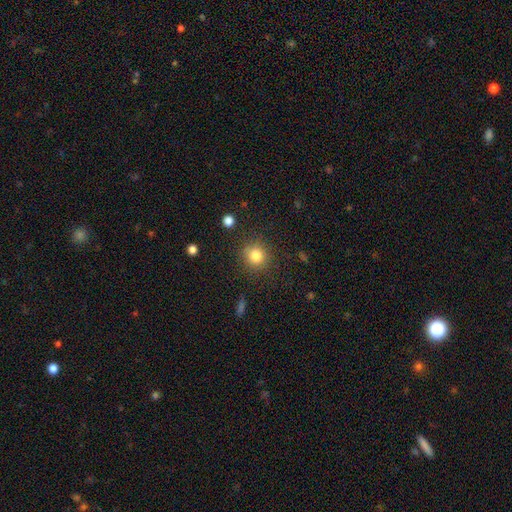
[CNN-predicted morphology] A smooth galaxy with no disk features (83%) that is round (90%). Merging: none (86%).